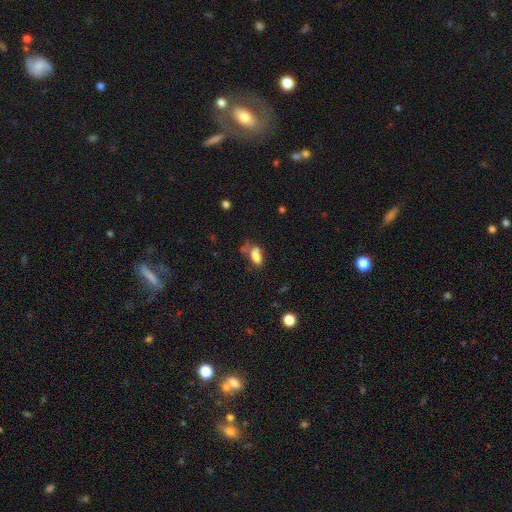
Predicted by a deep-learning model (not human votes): This appears to be a smooth galaxy with no disk features (74%) that is in between round and cigar-shaped (84%). Merging: none (37%).